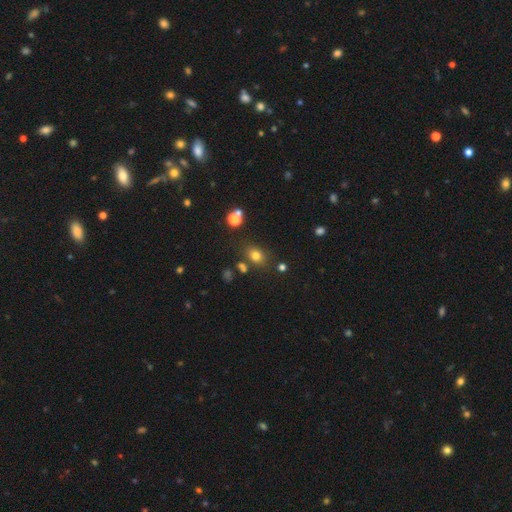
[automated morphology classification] A smooth galaxy with no disk features (75%) that is in between round and cigar-shaped (55%).

Vote fractions:
- Smooth or featured? smooth: 75% / star or artifact: 16% / featured or disk: 9%
- How rounded? in between: 55% / round: 44% / cigar-shaped: 1%
- Merging? none: 74% / minor disturbance: 13% / merger: 8% / major disturbance: 5%